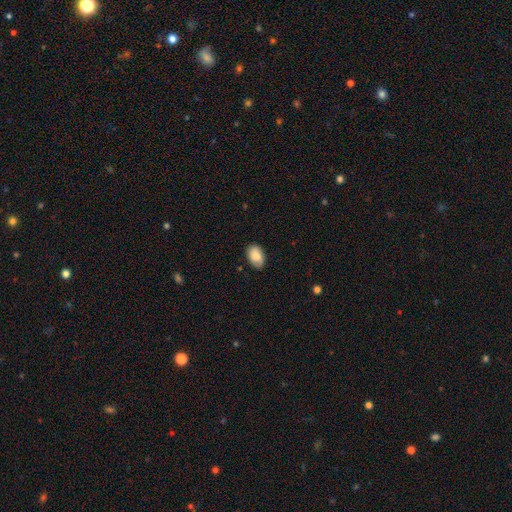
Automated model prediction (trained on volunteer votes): smooth_or_featured: smooth (p=0.82) [alt: featured or disk p=0.11]
how_rounded: in between (p=0.90) [alt: round p=0.09]
merging: none (p=0.82) [alt: minor disturbance p=0.14]